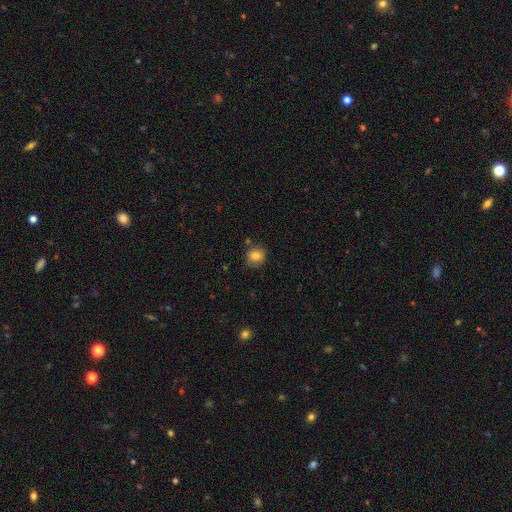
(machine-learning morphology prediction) Q: Smooth or featured?
A: smooth (82%); runner-up: star or artifact (10%)
Q: How rounded?
A: round (84%); runner-up: in between (15%)
Q: Merging?
A: none (82%); runner-up: minor disturbance (12%)